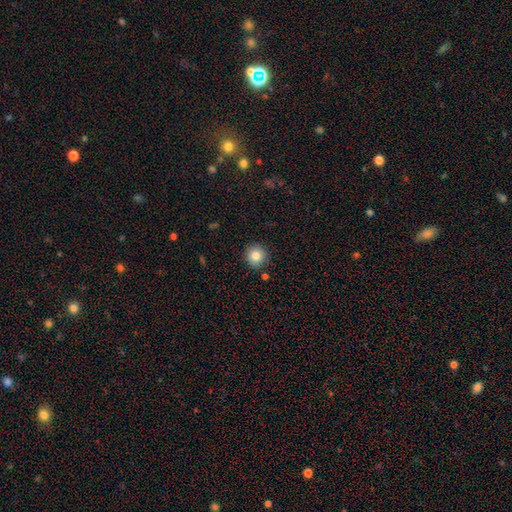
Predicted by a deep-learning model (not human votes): Q: Smooth or featured?
A: smooth (84%); runner-up: star or artifact (10%)
Q: How rounded?
A: round (94%); runner-up: in between (6%)
Q: Merging?
A: none (88%); runner-up: minor disturbance (8%)